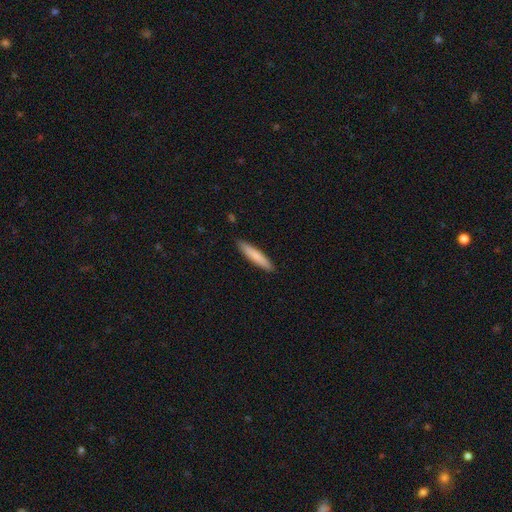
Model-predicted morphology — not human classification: smooth-or-featured: smooth: 78% | featured or disk: 17% | star or artifact: 5%
  how-rounded: cigar-shaped: 89% | in between: 10% | round: 1%
  merging: none: 90% | minor disturbance: 8% | major disturbance: 1% | merger: 1%